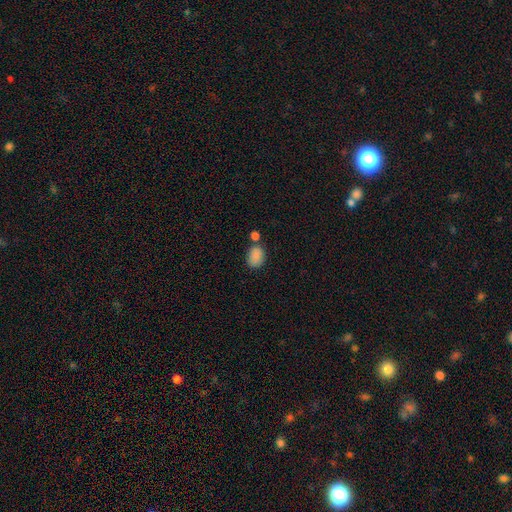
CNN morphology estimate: smooth_or_featured: smooth (p=0.87) [alt: star or artifact p=0.08]
how_rounded: in between (p=0.77) [alt: round p=0.22]
merging: none (p=0.63) [alt: merger p=0.17]